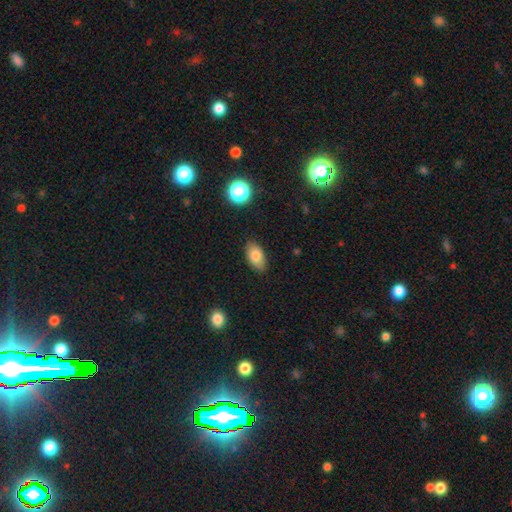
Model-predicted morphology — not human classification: This is clearly a smooth galaxy (80%). How rounded: clearly in between (91%). Merging: clearly none (84%).